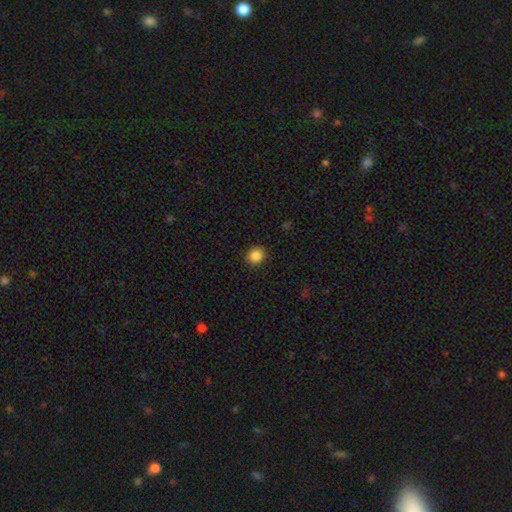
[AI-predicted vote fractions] Smooth or featured: smooth — 86% (star or artifact — 10%)
How rounded: round — 86% (in between — 13%)
Merging: none — 91% (minor disturbance — 6%)